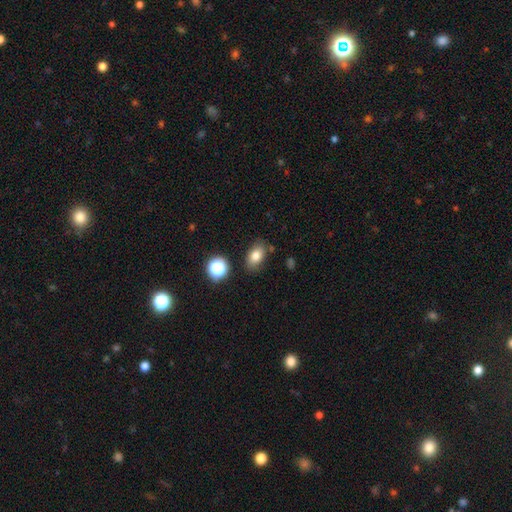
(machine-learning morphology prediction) smooth_or_featured: smooth (p=0.80) [alt: star or artifact p=0.11]
how_rounded: in between (p=0.83) [alt: round p=0.15]
merging: none (p=0.81) [alt: minor disturbance p=0.12]